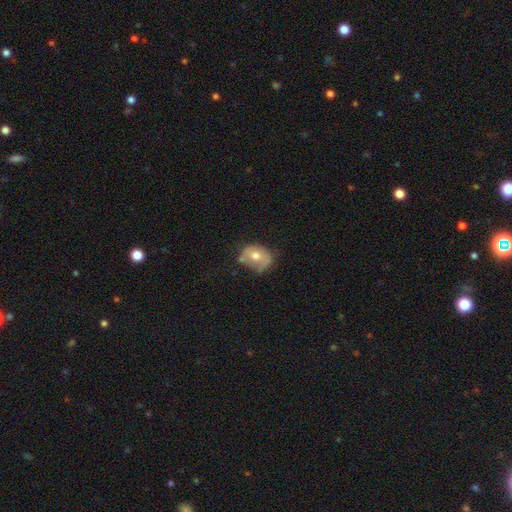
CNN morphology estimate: smooth_or_featured: smooth (p=0.56) [alt: featured or disk p=0.36]
how_rounded: in between (p=0.55) [alt: round p=0.44]
merging: none (p=0.40) [alt: minor disturbance p=0.36]